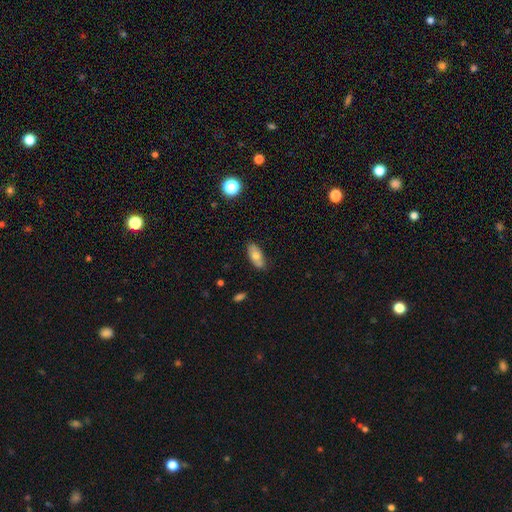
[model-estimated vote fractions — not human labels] Smooth or featured? smooth (66%)
How rounded? in between (82%)
Merging? none (81%)